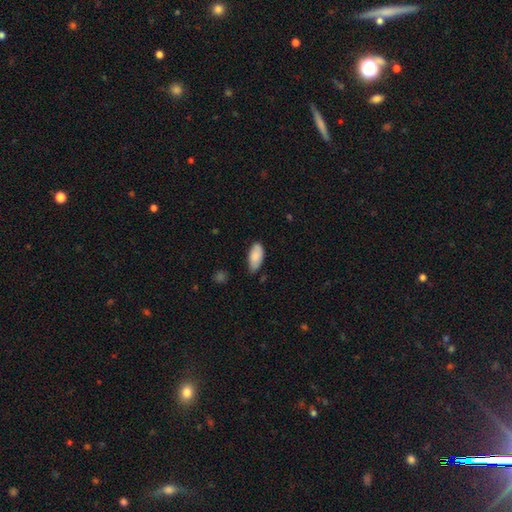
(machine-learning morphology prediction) Overall: smooth (84%). How rounded: in between (92%). Merging: none (66%; minor disturbance 28%).